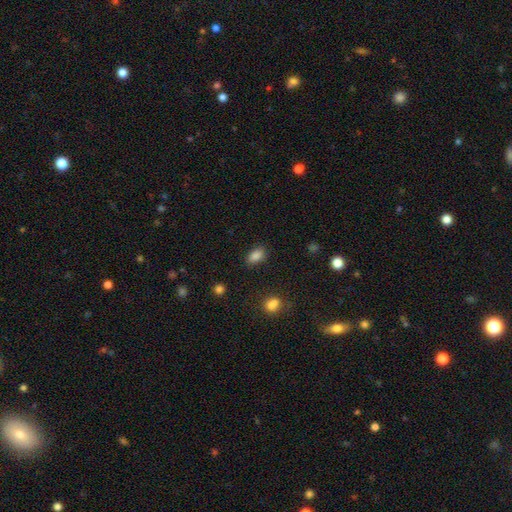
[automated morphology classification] smooth 85%, star or artifact 10%, featured or disk 5%. Down the decision tree: how rounded — in between (88%); merging — none (84%).